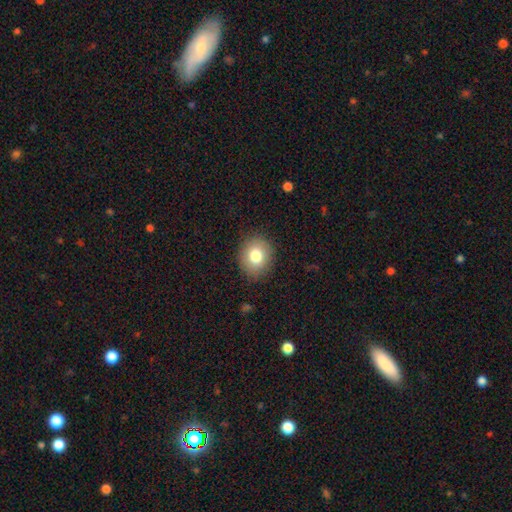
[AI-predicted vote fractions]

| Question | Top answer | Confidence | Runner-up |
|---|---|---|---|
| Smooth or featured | smooth | 79% | featured or disk (11%) |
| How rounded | round | 62% | in between (37%) |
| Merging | none | 87% | minor disturbance (9%) |